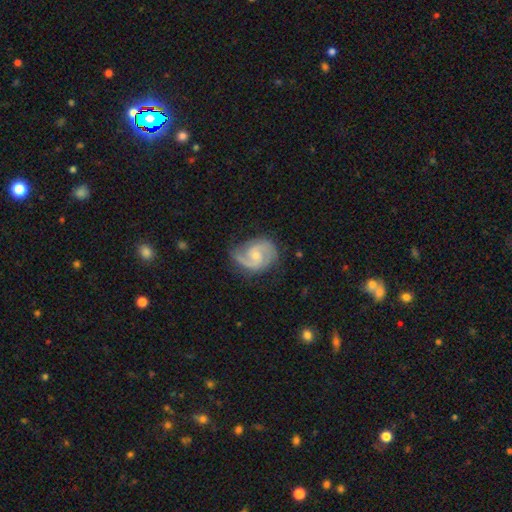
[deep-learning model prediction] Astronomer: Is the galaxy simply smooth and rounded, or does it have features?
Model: featured or disk — 87%.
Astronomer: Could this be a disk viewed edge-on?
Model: no — 98%.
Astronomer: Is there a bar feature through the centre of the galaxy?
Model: no — 49% (runner-up: weak, 45%).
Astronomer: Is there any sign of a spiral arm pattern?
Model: yes — 97%.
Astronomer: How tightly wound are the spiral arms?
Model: medium — 54% (runner-up: tight, 32%).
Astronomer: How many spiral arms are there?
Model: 2 — 88%.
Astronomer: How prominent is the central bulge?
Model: small — 53% (runner-up: moderate, 39%).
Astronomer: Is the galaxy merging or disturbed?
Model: none — 72%.